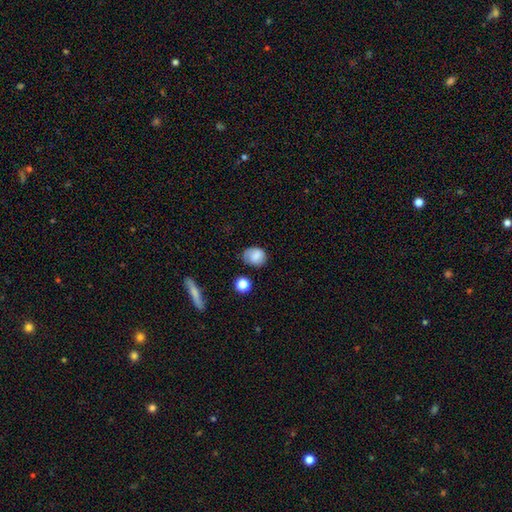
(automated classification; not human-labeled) Morphology: type=smooth (79%); roundness=round (58%); merging=none (64%).